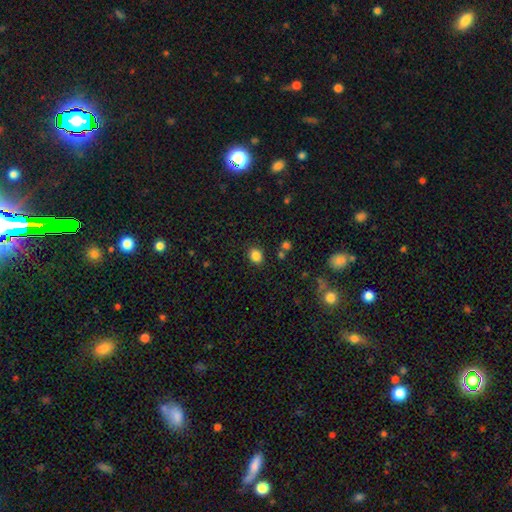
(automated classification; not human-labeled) This appears to be a smooth galaxy with no disk features (84%) that is round (53%). Merging: none (85%).